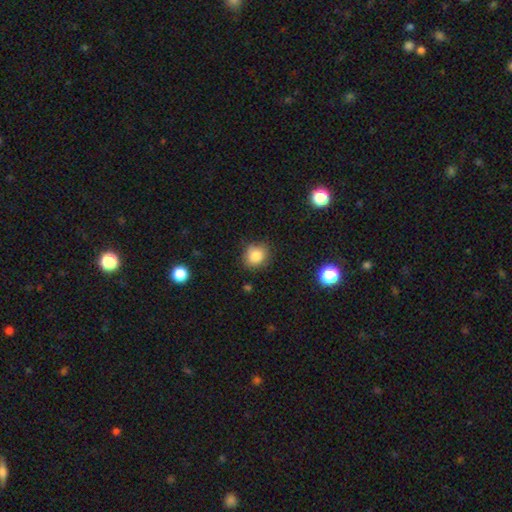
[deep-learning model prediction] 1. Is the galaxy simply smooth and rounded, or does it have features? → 84% smooth, 11% star or artifact, 6% featured or disk.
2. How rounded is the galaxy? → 75% round, 24% in between, 1% cigar-shaped.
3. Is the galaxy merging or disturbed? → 80% none, 15% minor disturbance, 3% major disturbance, 2% merger.